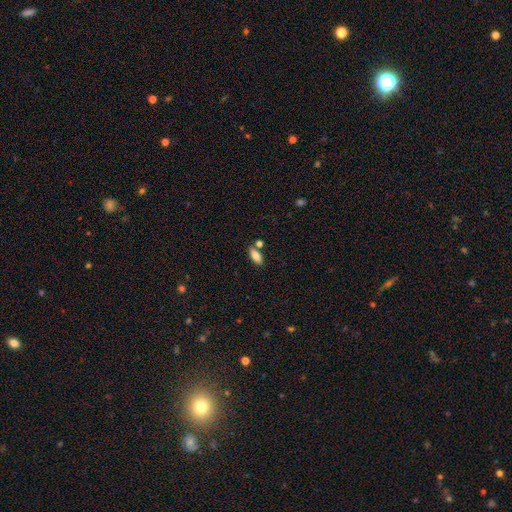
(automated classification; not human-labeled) Smooth or featured: smooth — 81% (featured or disk — 11%)
How rounded: in between — 83% (cigar-shaped — 15%)
Merging: none — 75% (merger — 11%)